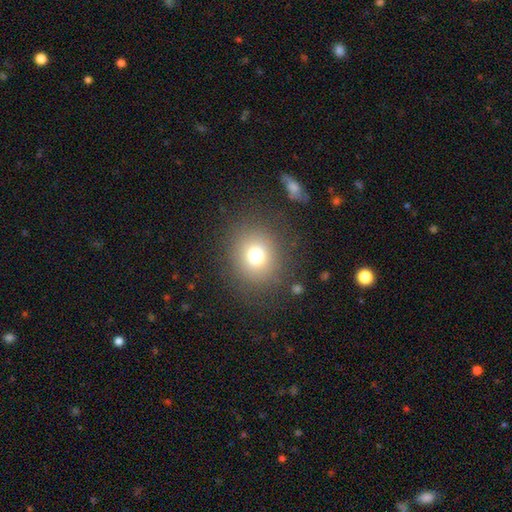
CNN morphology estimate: Smooth or featured?
  - smooth: 74% *
  - star or artifact: 15%
  - featured or disk: 11%
How rounded?
  - round: 83% *
  - in between: 16%
  - cigar-shaped: 1%
Merging?
  - none: 84% *
  - minor disturbance: 8%
  - major disturbance: 6%
  - merger: 2%